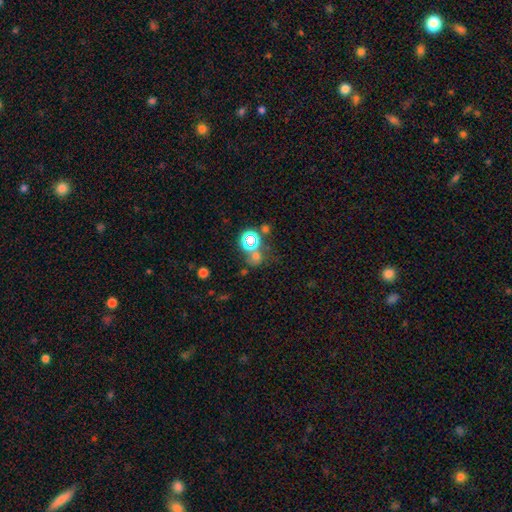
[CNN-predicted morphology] Q: Smooth or featured?
A: star or artifact (46%); runner-up: smooth (43%)